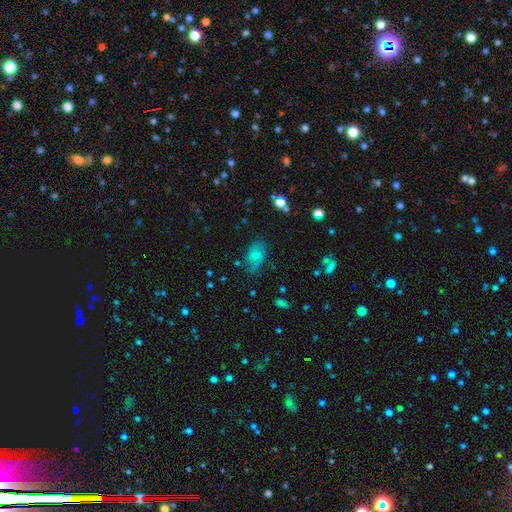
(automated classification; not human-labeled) This appears to be a smooth galaxy with no disk features (72%) that is in between round and cigar-shaped (88%). Merging: none (61%).